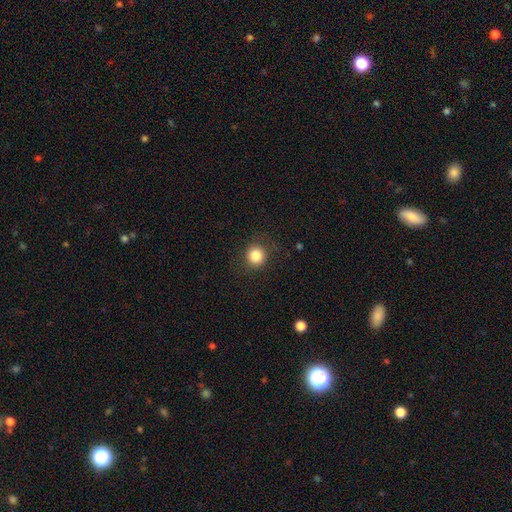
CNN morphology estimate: smooth-or-featured: smooth: 84% | star or artifact: 11% | featured or disk: 5%
  how-rounded: round: 91% | in between: 8% | cigar-shaped: 1%
  merging: none: 86% | minor disturbance: 9% | major disturbance: 4% | merger: 1%